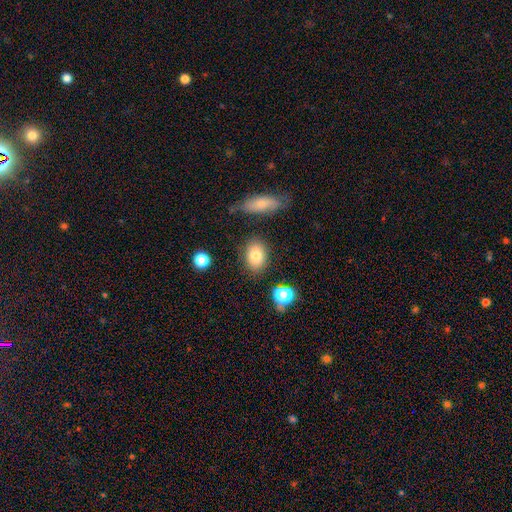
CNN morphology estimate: A smooth galaxy with no disk features (79%) that is in between round and cigar-shaped (74%).

Vote fractions:
- Smooth or featured? smooth: 79% / featured or disk: 11% / star or artifact: 10%
- How rounded? in between: 74% / round: 24% / cigar-shaped: 2%
- Merging? none: 80% / minor disturbance: 12% / merger: 4% / major disturbance: 4%